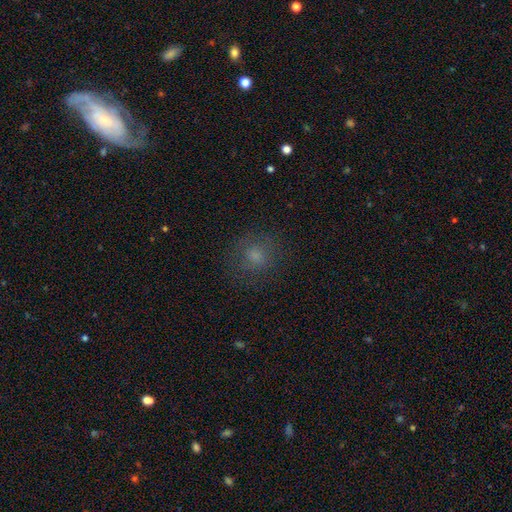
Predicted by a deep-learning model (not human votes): This appears to be a smooth galaxy with no disk features (69%) that is round (84%). Merging: none (78%).